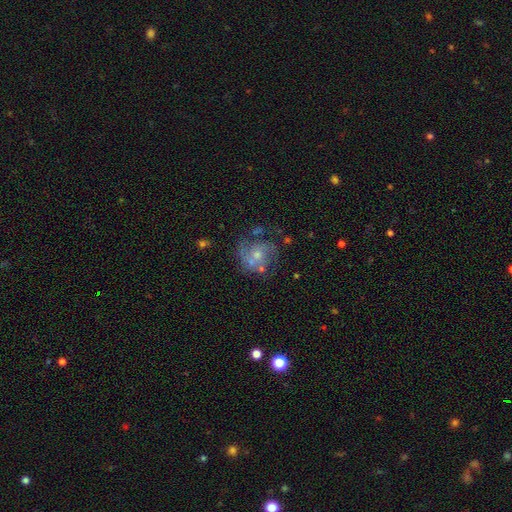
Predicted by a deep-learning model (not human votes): Morphology: type=featured or disk (67%); edge-on=no (98%); bar=no (74%); spiral arms=yes (80%); winding=medium (46%); arm count=2 (45%); bulge=small (46%); merging=none (53%).